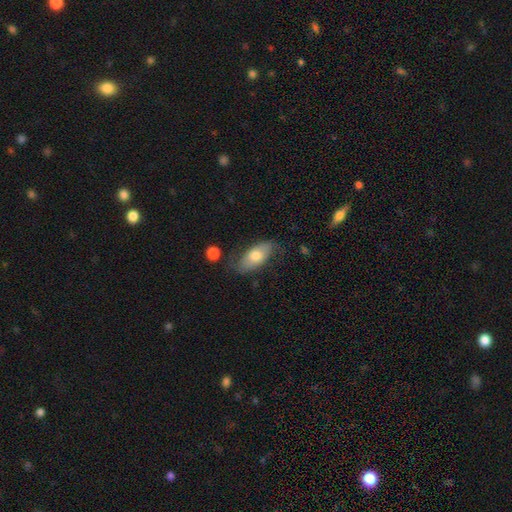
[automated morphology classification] Smooth or featured: smooth — 61% (featured or disk — 33%)
How rounded: in between — 89% (cigar-shaped — 7%)
Merging: none — 63% (minor disturbance — 25%)